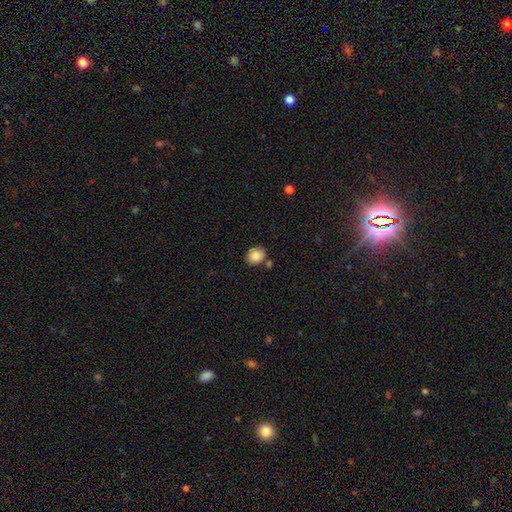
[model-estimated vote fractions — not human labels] A smooth galaxy with no disk features (87%) that is round (72%).

Vote fractions:
- Smooth or featured? smooth: 87% / star or artifact: 8% / featured or disk: 4%
- How rounded? round: 72% / in between: 27% / cigar-shaped: 1%
- Merging? none: 72% / minor disturbance: 13% / merger: 11% / major disturbance: 3%